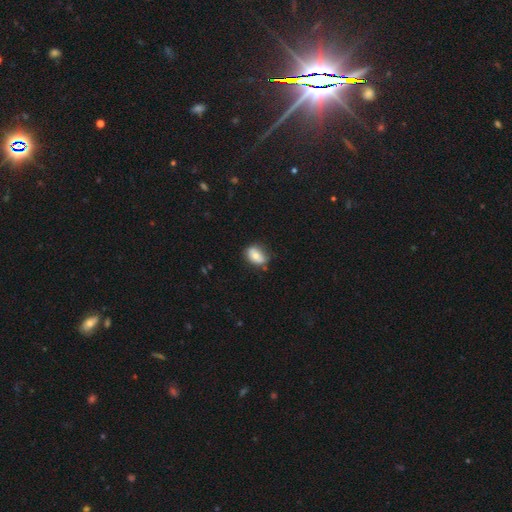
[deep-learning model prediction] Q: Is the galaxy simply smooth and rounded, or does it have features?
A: smooth — 67%.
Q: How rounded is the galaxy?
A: in between — 74%.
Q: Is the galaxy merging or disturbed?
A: none — 61%.